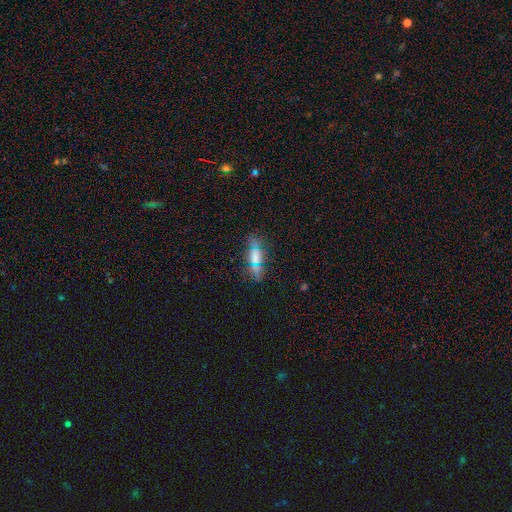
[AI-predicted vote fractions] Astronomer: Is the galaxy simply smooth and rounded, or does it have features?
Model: smooth — 57%.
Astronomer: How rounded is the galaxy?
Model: in between — 65%.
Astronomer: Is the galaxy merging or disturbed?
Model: none — 76%.